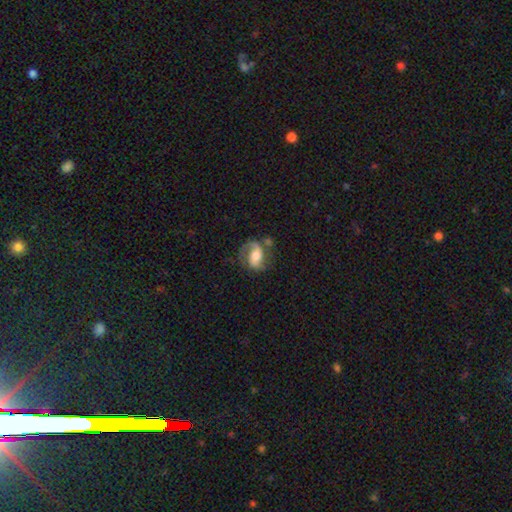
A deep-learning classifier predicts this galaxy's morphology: The model was most divided on "bar": weak: 39%, no: 37%, strong: 24%. Remaining: edge-on disk — no (97%); spiral arms — yes (93%); smooth or featured — featured or disk (77%); spiral arm count — 2 (71%); merging — none (57%); bulge size — moderate (55%); spiral winding — medium (49%).